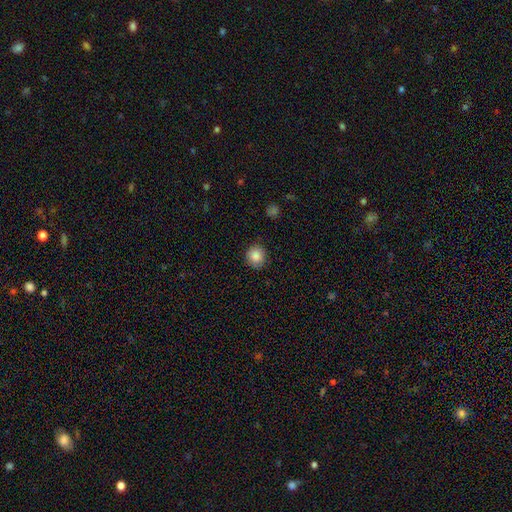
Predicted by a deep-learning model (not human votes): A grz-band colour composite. It shows a smooth galaxy with no disk features (85%) that is round (88%). Merging: none (85%).